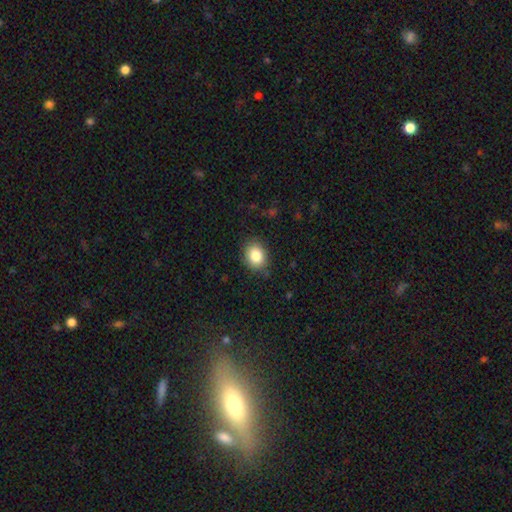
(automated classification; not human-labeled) The model was most divided on "how rounded": round: 56%, in between: 43%, cigar-shaped: 1%. More confident: merging — none (86%); smooth or featured — smooth (84%).